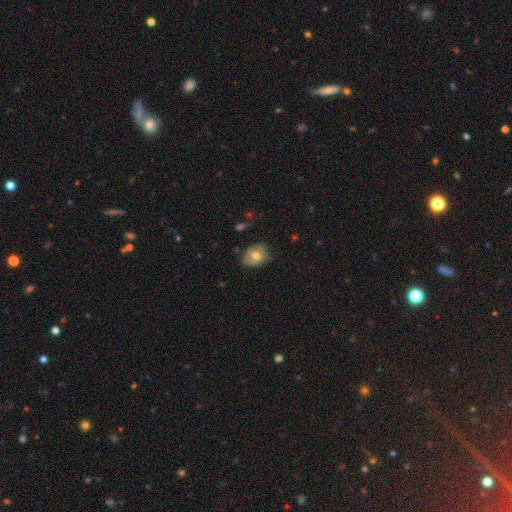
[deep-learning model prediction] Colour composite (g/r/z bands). It shows a smooth galaxy with no disk features (65%) that is in between round and cigar-shaped (56%). Merging: none (68%).